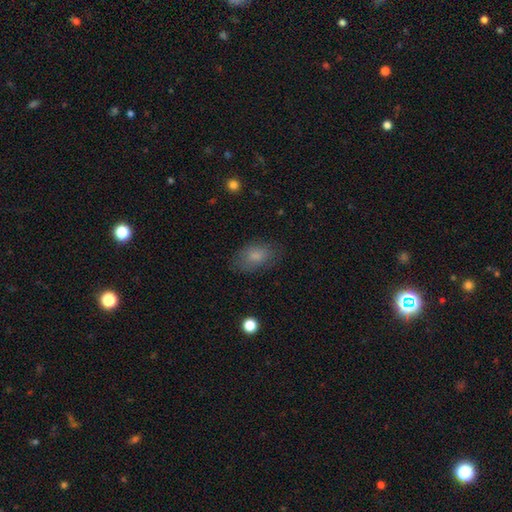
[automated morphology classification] A smooth galaxy with no disk features (79%) that is in between round and cigar-shaped (89%). Merging: none (76%).